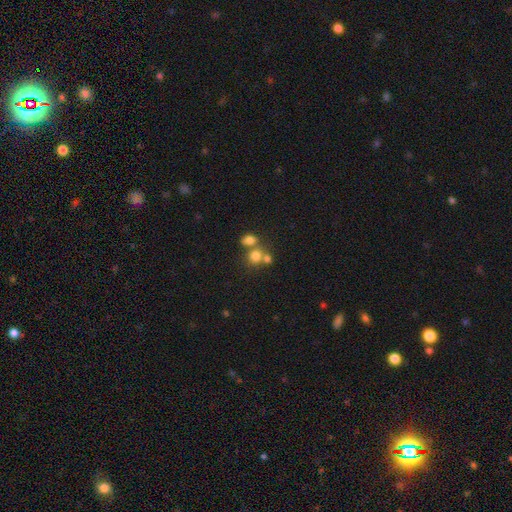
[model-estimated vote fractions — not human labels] smooth_or_featured: smooth (p=0.73) [alt: star or artifact p=0.15]
how_rounded: round (p=0.78) [alt: in between p=0.21]
merging: none (p=0.44) [tied with: merger p=0.44]